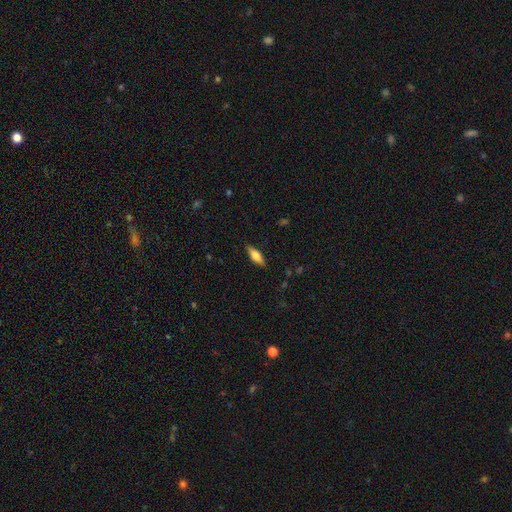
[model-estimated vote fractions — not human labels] Smooth or featured: smooth — 61% (featured or disk — 32%)
How rounded: in between — 60% (cigar-shaped — 37%)
Merging: none — 87% (minor disturbance — 10%)